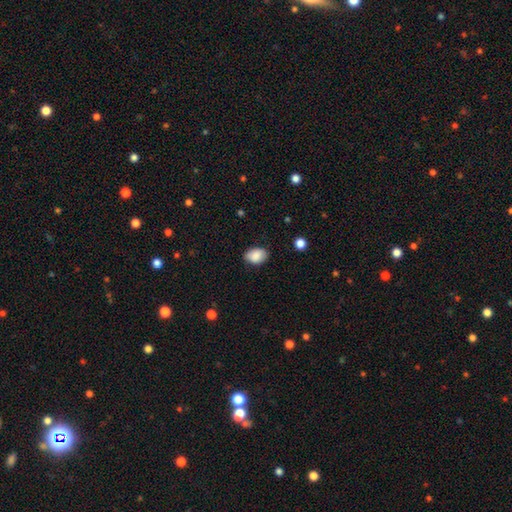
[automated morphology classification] This is clearly a smooth galaxy (88%). How rounded: clearly in between (82%). Merging: clearly none (80%).